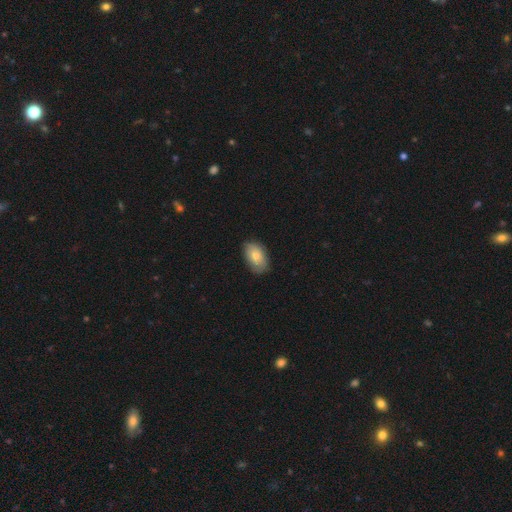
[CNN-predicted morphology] Smooth or featured?
  - smooth: 81% *
  - featured or disk: 12%
  - star or artifact: 6%
How rounded?
  - in between: 91% *
  - round: 7%
  - cigar-shaped: 1%
Merging?
  - none: 79% *
  - minor disturbance: 17%
  - major disturbance: 3%
  - merger: 1%